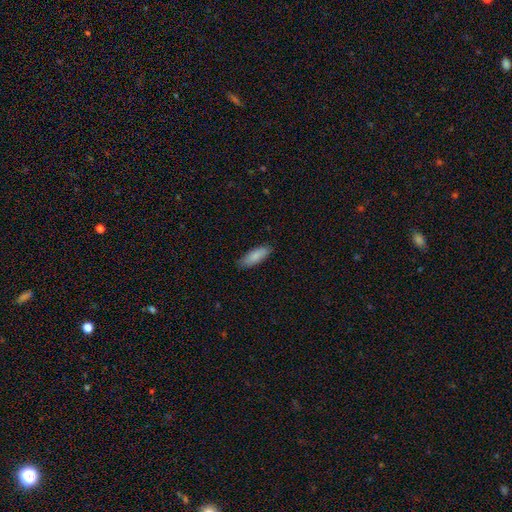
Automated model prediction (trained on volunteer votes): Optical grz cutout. It shows a smooth galaxy with no disk features (87%) that is in between round and cigar-shaped (65%). Merging: none (84%).